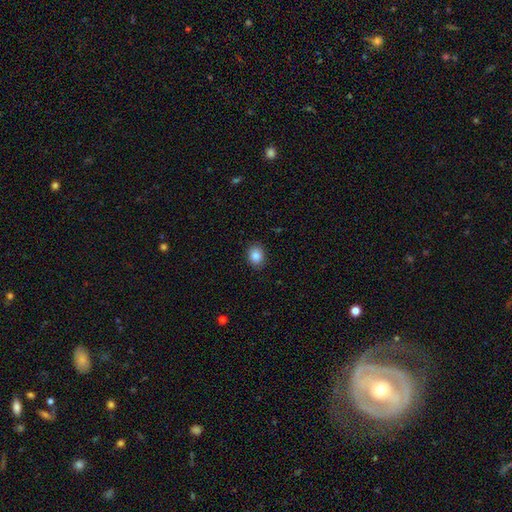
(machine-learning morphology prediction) A smooth galaxy with no disk features (85%) that is in between round and cigar-shaped (53%).

Vote fractions:
- Smooth or featured? smooth: 85% / star or artifact: 9% / featured or disk: 5%
- How rounded? in between: 53% / round: 46% / cigar-shaped: 1%
- Merging? none: 88% / minor disturbance: 9% / major disturbance: 2% / merger: 1%